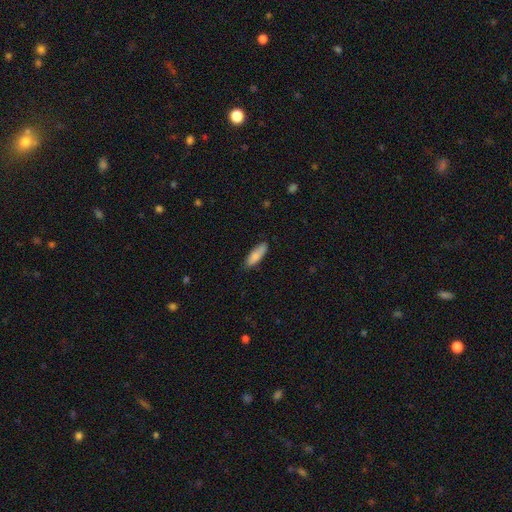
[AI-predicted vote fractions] smooth 83%, featured or disk 11%, star or artifact 6%. Down the decision tree: how rounded — in between (56%); merging — none (82%).